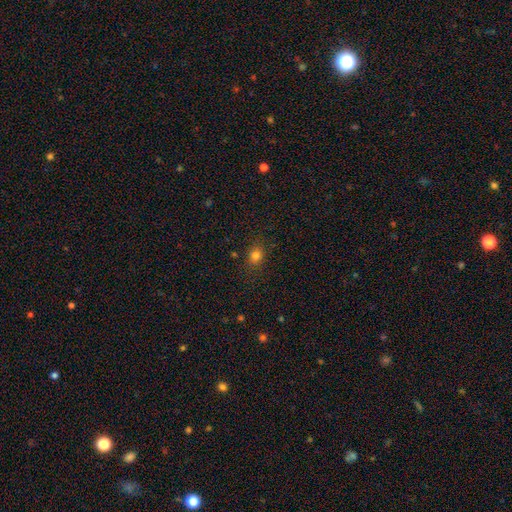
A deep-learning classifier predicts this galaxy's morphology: The model was most divided on "how rounded": round: 64%, in between: 34%, cigar-shaped: 1%. More confident: merging — none (83%); smooth or featured — smooth (77%).